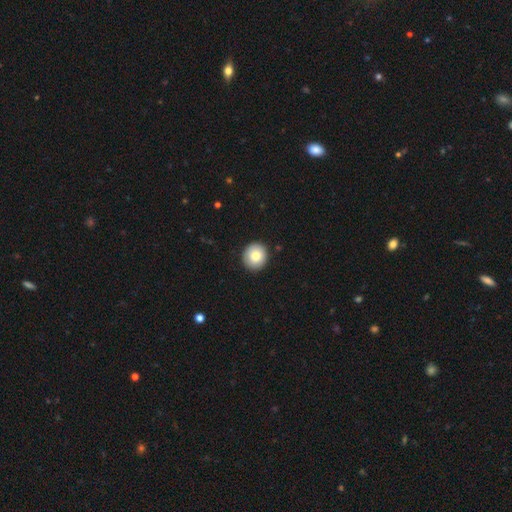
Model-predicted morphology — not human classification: A smooth galaxy with no disk features (81%) that is round (89%).

Vote fractions:
- Smooth or featured? smooth: 81% / featured or disk: 11% / star or artifact: 8%
- How rounded? round: 89% / in between: 10% / cigar-shaped: 1%
- Merging? none: 91% / minor disturbance: 6% / major disturbance: 2% / merger: 1%